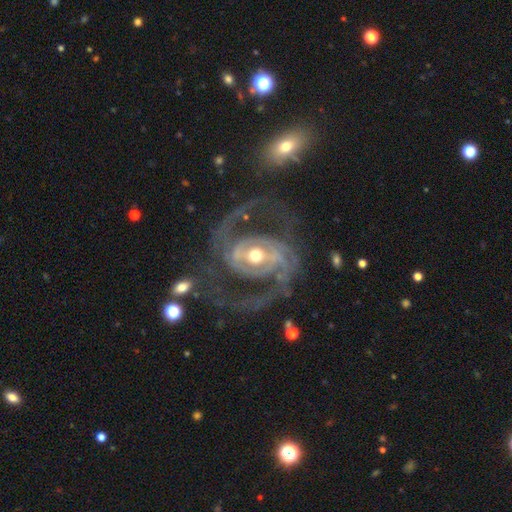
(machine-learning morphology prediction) Smooth or featured?
  - featured or disk: 92% *
  - smooth: 4%
  - star or artifact: 4%
Edge-on disk?
  - no: 97% *
  - yes: 3%
Bar?
  - no: 43% *
  - weak: 32%
  - strong: 24%
Spiral arms?
  - yes: 97% *
  - no: 3%
Spiral winding?
  - medium: 47% *
  - tight: 33%
  - loose: 20%
Spiral arm count?
  - 2: 55% *
  - 3: 17%
  - can't tell: 9%
  - 4: 6%
  - 1: 6%
  - more than 4: 6%
Bulge size?
  - moderate: 72% *
  - small: 18%
  - large: 8%
  - dominant: 1%
  - none: 1%
Merging?
  - none: 59% *
  - major disturbance: 23%
  - minor disturbance: 15%
  - merger: 3%